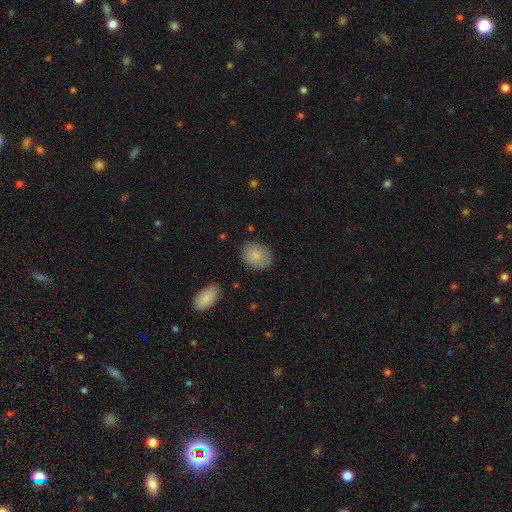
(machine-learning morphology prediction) A smooth galaxy with no disk features (84%) that is round (52%). Merging: none (80%).